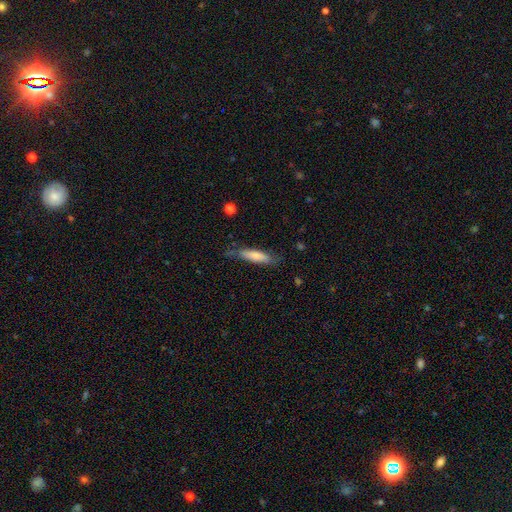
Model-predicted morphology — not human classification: Q: Smooth or featured?
A: smooth (72%); runner-up: featured or disk (22%)
Q: How rounded?
A: cigar-shaped (72%); runner-up: in between (27%)
Q: Merging?
A: none (70%); runner-up: minor disturbance (22%)